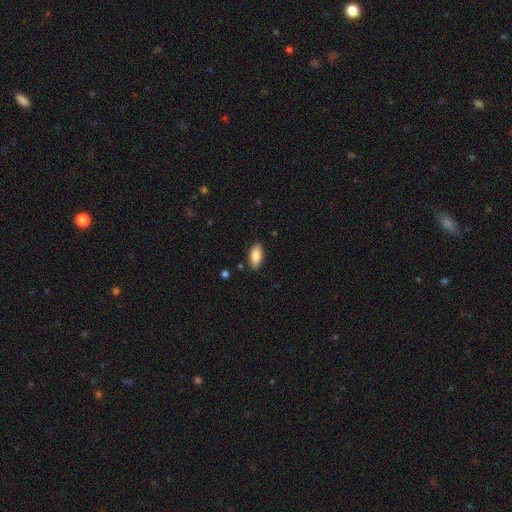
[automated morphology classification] This appears to be a smooth galaxy with no disk features (86%) that is in between round and cigar-shaped (90%). Merging: none (87%).